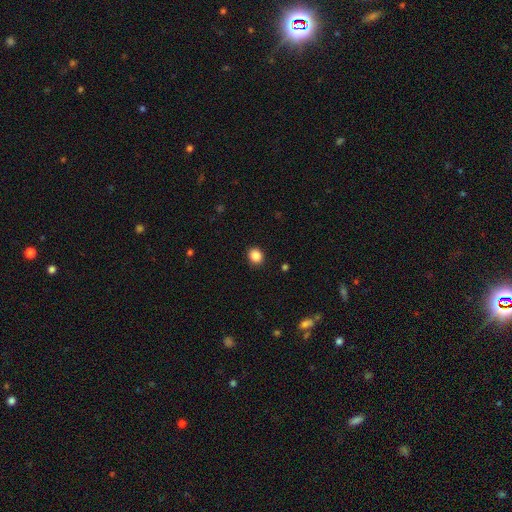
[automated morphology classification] Smooth or featured: smooth — 87% (star or artifact — 10%)
How rounded: round — 65% (in between — 34%)
Merging: none — 90% (minor disturbance — 7%)